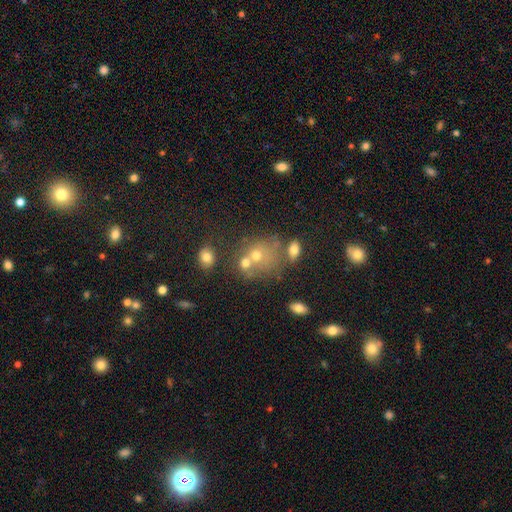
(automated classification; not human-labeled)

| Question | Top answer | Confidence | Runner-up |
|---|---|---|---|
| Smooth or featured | smooth | 55% | featured or disk (23%) |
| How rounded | round | 67% | in between (31%) |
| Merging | none | 43% | merger (36%) |